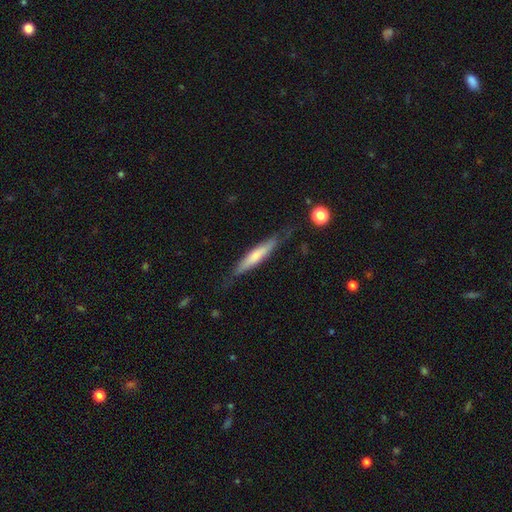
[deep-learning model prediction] A smooth galaxy with no disk features (58%) that is cigar-shaped (89%).

Vote fractions:
- Smooth or featured? smooth: 58% / featured or disk: 37% / star or artifact: 6%
- How rounded? cigar-shaped: 89% / in between: 10% / round: 1%
- Merging? none: 72% / minor disturbance: 20% / major disturbance: 6% / merger: 2%